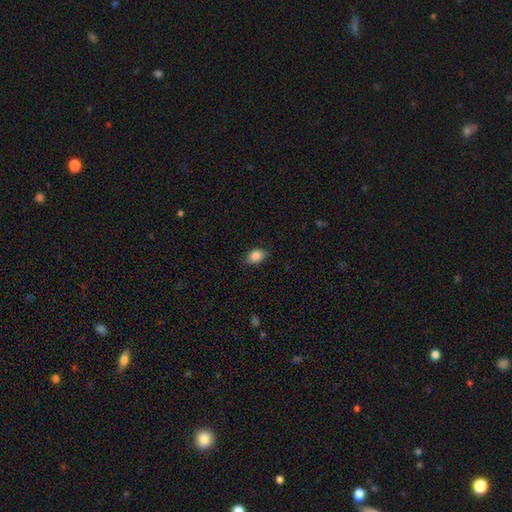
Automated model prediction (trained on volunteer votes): A smooth galaxy with no disk features (85%) that is in between round and cigar-shaped (80%).

Vote fractions:
- Smooth or featured? smooth: 85% / star or artifact: 8% / featured or disk: 6%
- How rounded? in between: 80% / round: 18% / cigar-shaped: 1%
- Merging? none: 82% / minor disturbance: 14% / major disturbance: 2% / merger: 1%